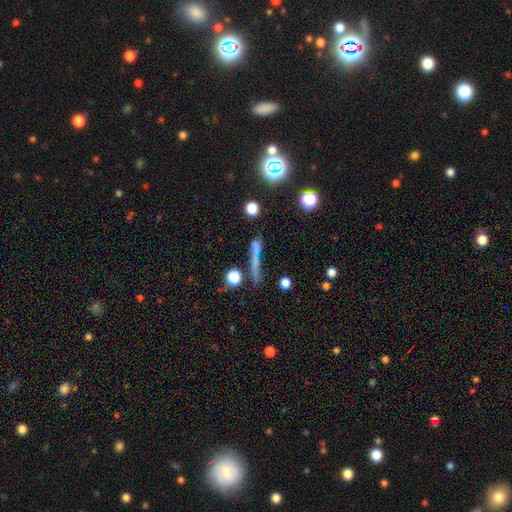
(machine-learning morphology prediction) The model was most divided on "smooth or featured": smooth: 48%, featured or disk: 32%, star or artifact: 20%. More confident: merging — none (59%).